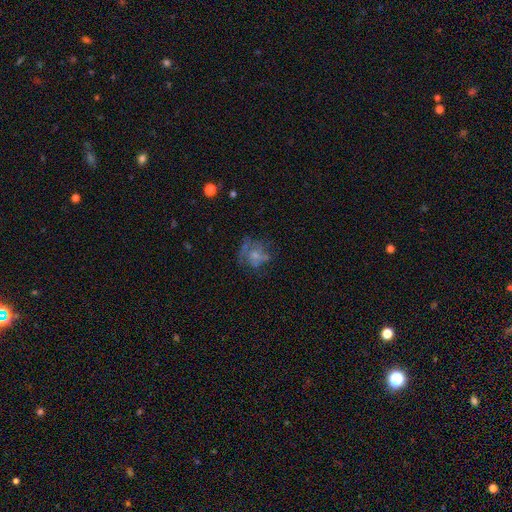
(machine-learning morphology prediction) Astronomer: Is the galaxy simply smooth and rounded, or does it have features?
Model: featured or disk — 49% (runner-up: smooth, 38%).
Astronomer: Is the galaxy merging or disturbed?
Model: none — 43% (runner-up: major disturbance, 29%).